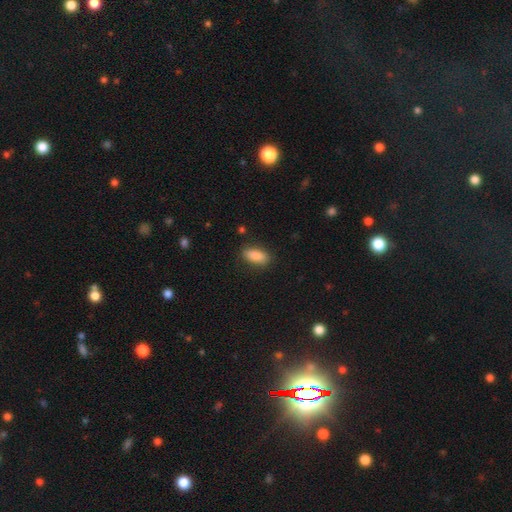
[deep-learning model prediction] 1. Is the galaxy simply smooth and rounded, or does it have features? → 88% smooth, 7% star or artifact, 5% featured or disk.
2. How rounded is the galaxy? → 86% in between, 11% cigar-shaped, 3% round.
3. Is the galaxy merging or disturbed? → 84% none, 12% minor disturbance, 3% major disturbance, 1% merger.